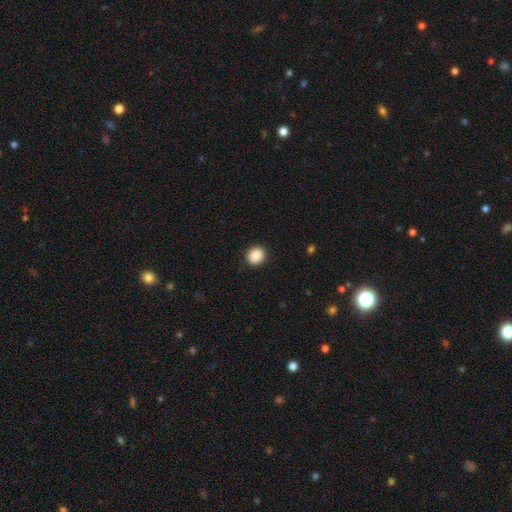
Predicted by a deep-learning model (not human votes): A smooth galaxy with no disk features (90%) that is round (76%). Merging: none (91%).